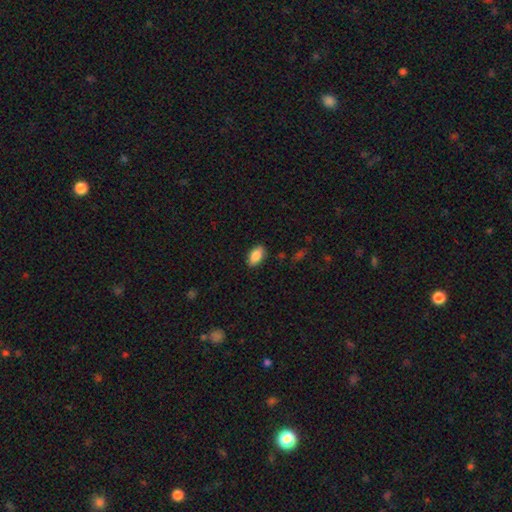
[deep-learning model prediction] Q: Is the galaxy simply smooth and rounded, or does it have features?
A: smooth — 86%.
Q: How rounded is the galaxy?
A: in between — 92%.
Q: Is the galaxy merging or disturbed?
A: none — 86%.